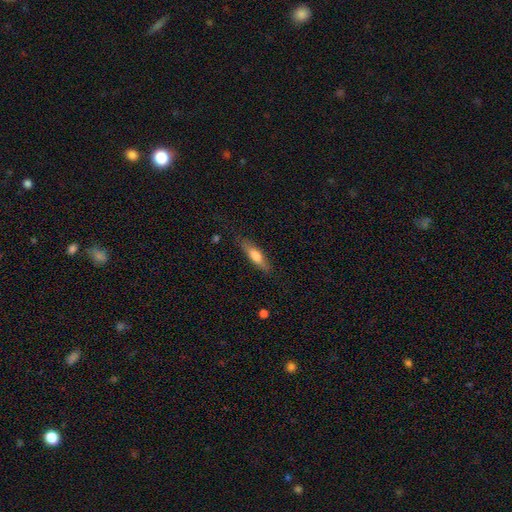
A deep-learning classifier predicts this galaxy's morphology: smooth-or-featured: smooth: 62% | featured or disk: 32% | star or artifact: 6%
  how-rounded: cigar-shaped: 70% | in between: 28% | round: 2%
  merging: none: 82% | minor disturbance: 14% | major disturbance: 3% | merger: 1%